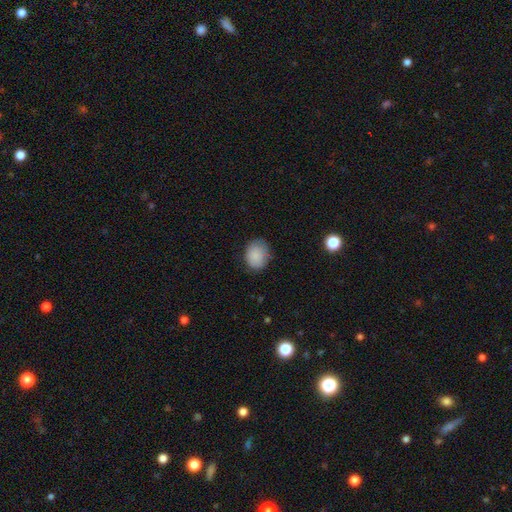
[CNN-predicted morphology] This is clearly a smooth galaxy (87%). How rounded: possibly in between (54%). Merging: likely none (75%).